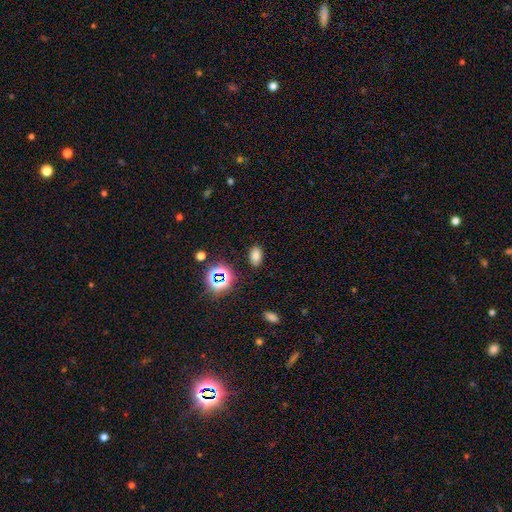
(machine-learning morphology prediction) Q: Smooth or featured?
A: smooth (74%); runner-up: star or artifact (20%)
Q: How rounded?
A: in between (87%); runner-up: round (11%)
Q: Merging?
A: none (86%); runner-up: minor disturbance (9%)